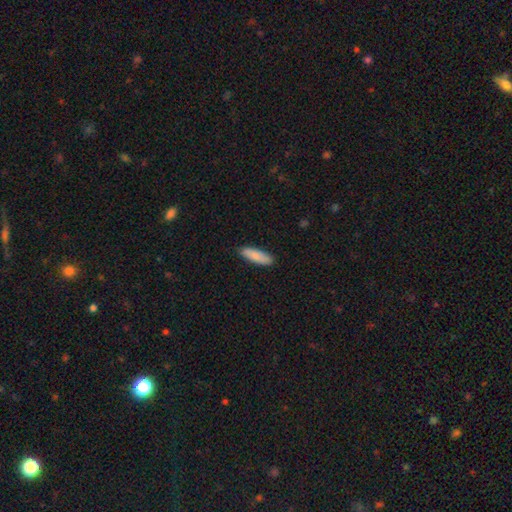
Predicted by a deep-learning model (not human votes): smooth_or_featured: smooth (p=0.85) [alt: featured or disk p=0.10]
how_rounded: cigar-shaped (p=0.52) [alt: in between p=0.46]
merging: none (p=0.86) [alt: minor disturbance p=0.11]